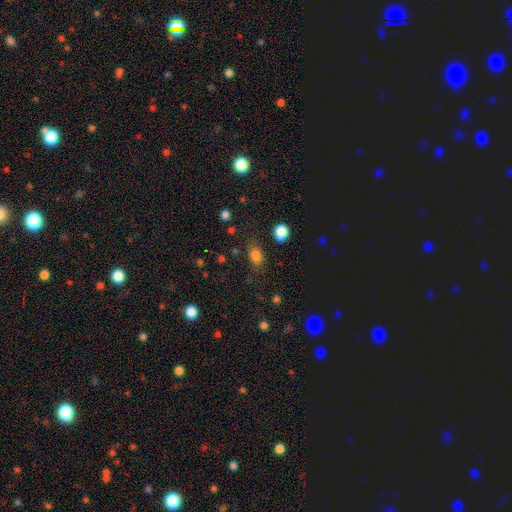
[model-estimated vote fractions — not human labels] smooth-or-featured: smooth: 81% | star or artifact: 12% | featured or disk: 7%
  how-rounded: in between: 71% | round: 25% | cigar-shaped: 3%
  merging: none: 70% | minor disturbance: 19% | major disturbance: 8% | merger: 3%